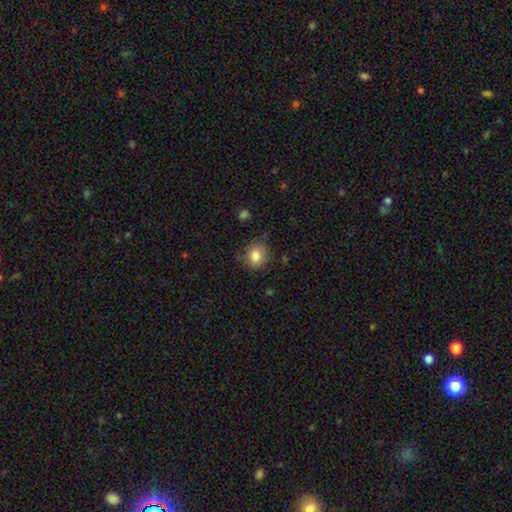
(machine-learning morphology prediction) A smooth galaxy with no disk features (83%) that is round (74%). Merging: none (76%).